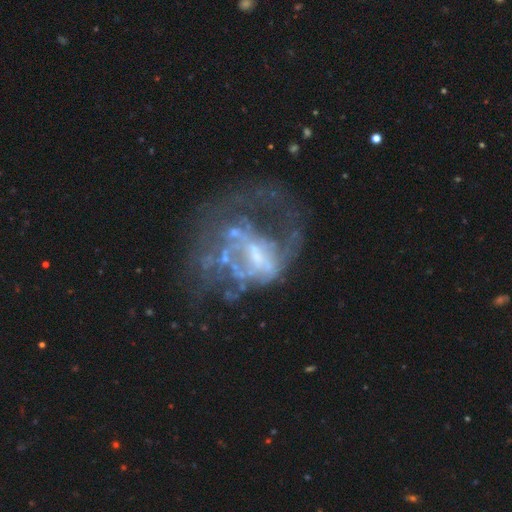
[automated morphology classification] Smooth or featured? featured or disk (75%)
Edge-on disk? no (98%)
Bar? no (59%)
Spiral arms? no (63%)
Bulge size? none (40%)
Merging? major disturbance (51%)